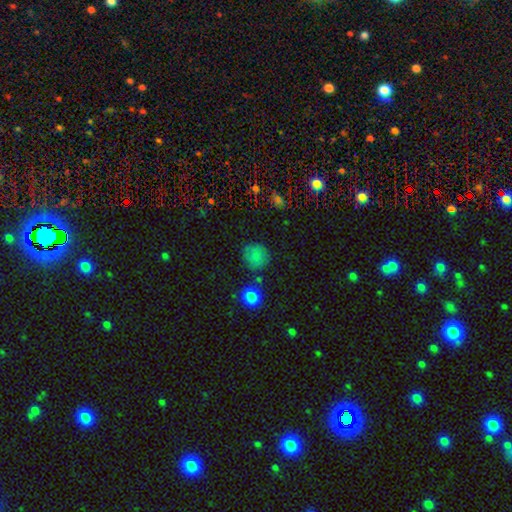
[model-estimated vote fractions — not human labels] Smooth or featured?
  - smooth: 81% *
  - star or artifact: 13%
  - featured or disk: 6%
How rounded?
  - round: 85% *
  - in between: 14%
  - cigar-shaped: 1%
Merging?
  - none: 74% *
  - minor disturbance: 16%
  - major disturbance: 5%
  - merger: 4%